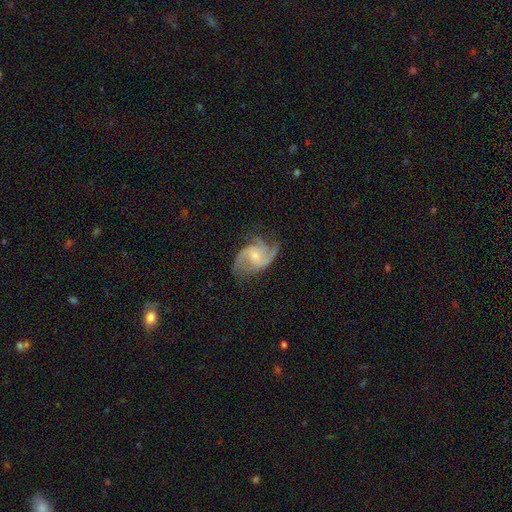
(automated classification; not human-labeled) The model was most divided on "bar": no: 53%, weak: 38%, strong: 9%. More confident: edge-on disk — no (98%); spiral arms — yes (97%); smooth or featured — featured or disk (87%); merging — none (64%); bulge size — small (61%); spiral arm count — 2 (52%); spiral winding — medium (50%).